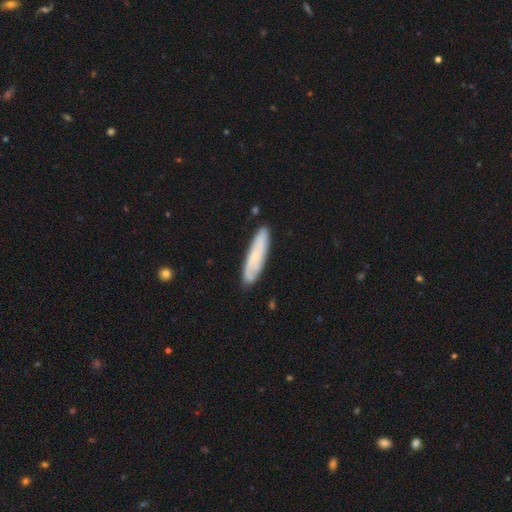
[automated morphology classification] Smooth or featured?
  - smooth: 52% *
  - featured or disk: 41%
  - star or artifact: 7%
How rounded?
  - cigar-shaped: 76% *
  - in between: 23%
  - round: 2%
Merging?
  - none: 82% *
  - minor disturbance: 14%
  - major disturbance: 3%
  - merger: 2%